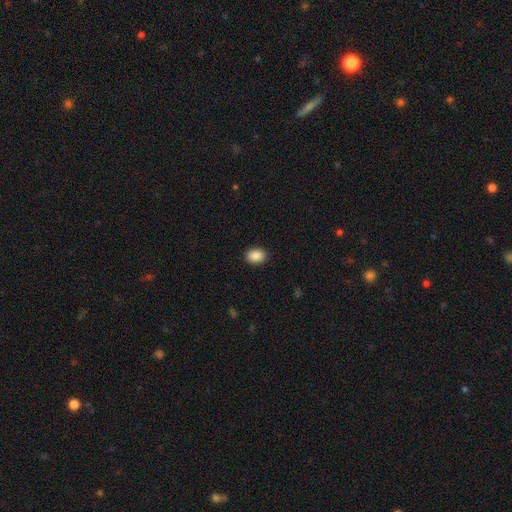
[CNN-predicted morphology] Overall: smooth (89%). How rounded: in between (78%). Merging: none (90%).